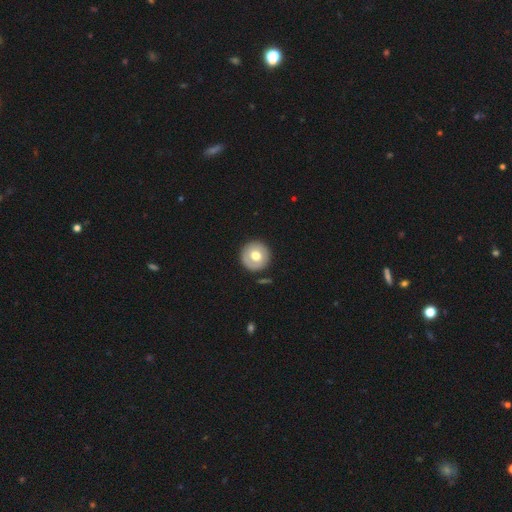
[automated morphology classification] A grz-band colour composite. It shows a smooth galaxy with no disk features (64%) that is round (95%). Merging: none (88%).